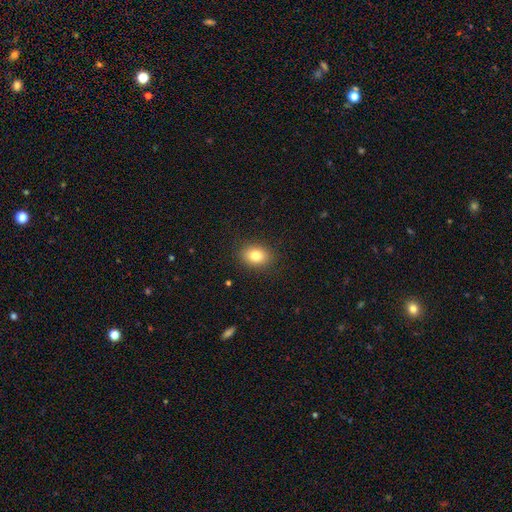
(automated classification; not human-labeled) Overall: smooth (82%). How rounded: in between (64%; round 34%). Merging: none (88%).